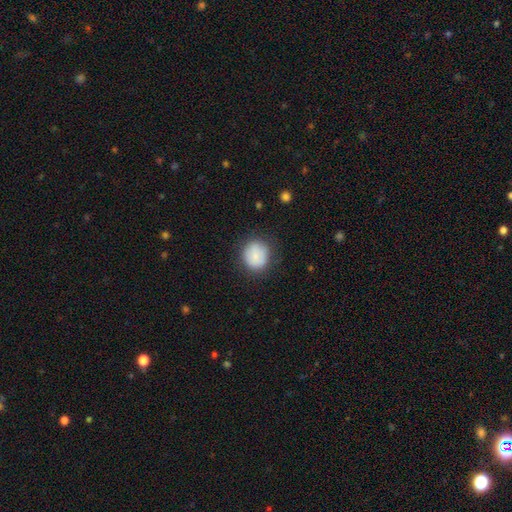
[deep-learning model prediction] Q: Smooth or featured?
A: smooth (82%); runner-up: featured or disk (10%)
Q: How rounded?
A: round (83%); runner-up: in between (16%)
Q: Merging?
A: none (80%); runner-up: minor disturbance (14%)